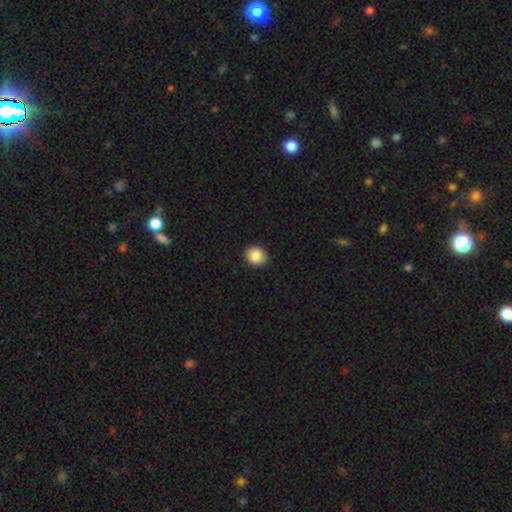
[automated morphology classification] smooth 88%, star or artifact 8%, featured or disk 4%. Down the decision tree: how rounded — round (73%); merging — none (91%).